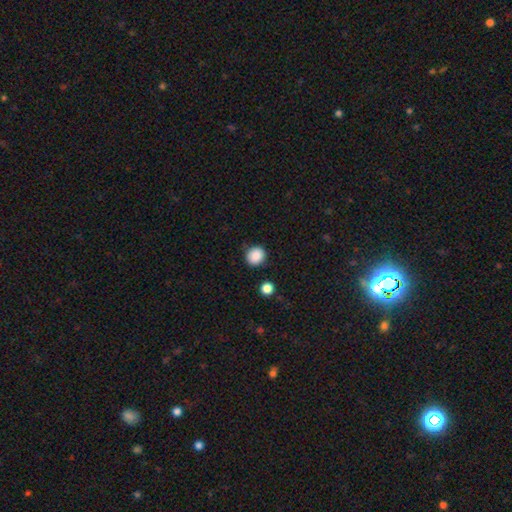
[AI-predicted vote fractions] smooth-or-featured: smooth: 88% | star or artifact: 9% | featured or disk: 3%
  how-rounded: round: 84% | in between: 15% | cigar-shaped: 1%
  merging: none: 86% | minor disturbance: 9% | major disturbance: 3% | merger: 2%